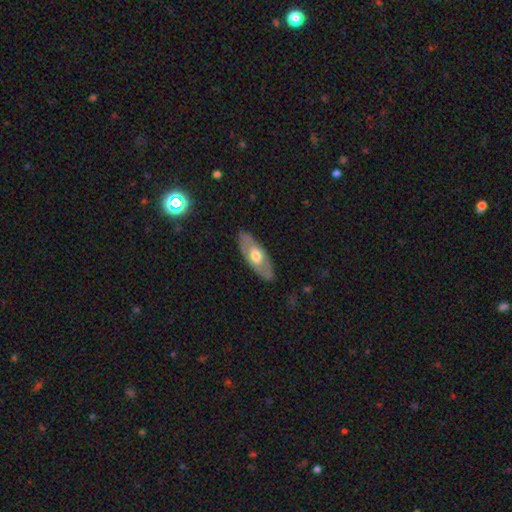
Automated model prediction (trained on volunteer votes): smooth_or_featured: featured or disk (p=0.51) [alt: smooth p=0.44]
disk_edge_on: no (p=0.74) [alt: yes p=0.26]
merging: none (p=0.84) [alt: minor disturbance p=0.12]